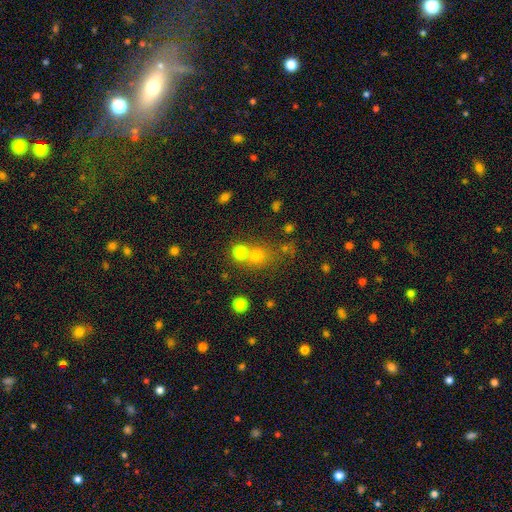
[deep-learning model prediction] The model was most divided on "merging": none: 51%, merger: 38%, minor disturbance: 7%, major disturbance: 4%. More confident: how rounded — round (82%); smooth or featured — smooth (66%).